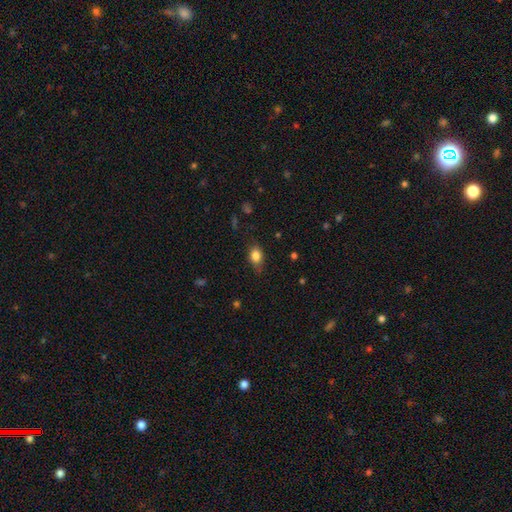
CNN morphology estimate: smooth 84%, star or artifact 9%, featured or disk 7%. Down the decision tree: how rounded — in between (72%); merging — none (74%).